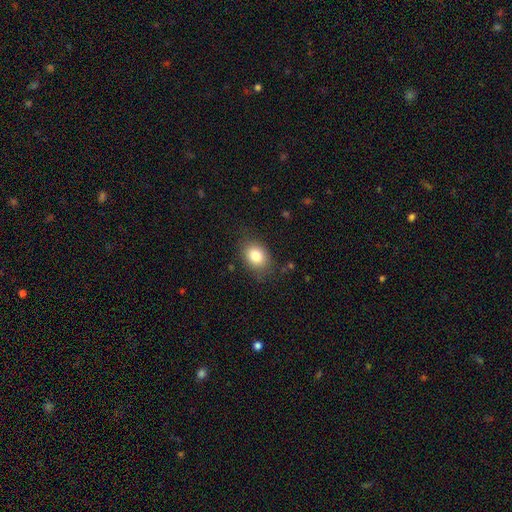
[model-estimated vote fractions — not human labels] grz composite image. It shows a smooth galaxy with no disk features (81%) that is in between round and cigar-shaped (63%). Merging: none (81%).